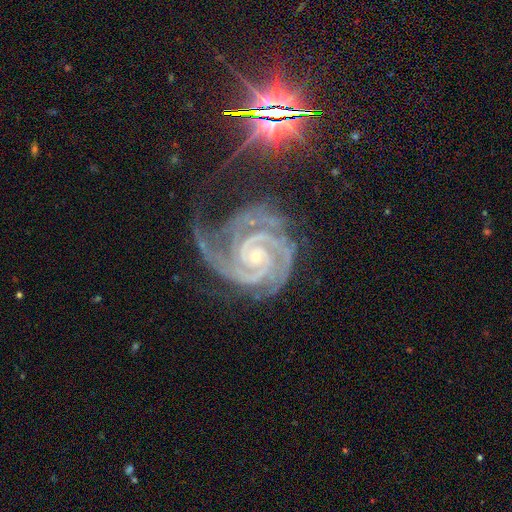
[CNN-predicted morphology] smooth-or-featured: featured or disk: 93% | star or artifact: 5% | smooth: 2%
  disk-edge-on: no: 98% | yes: 2%
    bar: no: 68% | weak: 21% | strong: 12%
    has-spiral-arms: yes: 99% | no: 1%
      spiral-winding: tight: 75% | medium: 22% | loose: 3%
      spiral-arm-count: 2: 49% | 3: 27% | can't tell: 7% | 4: 7% | more than 4: 5% | 1: 5%
    bulge-size: small: 80% | moderate: 16% | none: 1% | large: 1% | dominant: 1%
  merging: none: 46% | minor disturbance: 27% | major disturbance: 23% | merger: 4%